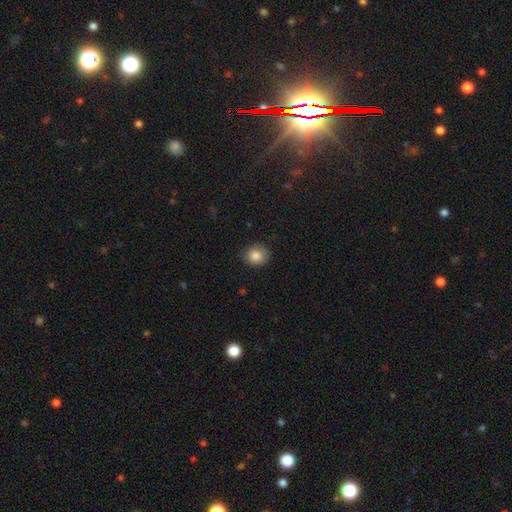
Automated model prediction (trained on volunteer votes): Q: Smooth or featured?
A: smooth (85%); runner-up: star or artifact (9%)
Q: How rounded?
A: round (70%); runner-up: in between (29%)
Q: Merging?
A: none (83%); runner-up: minor disturbance (14%)